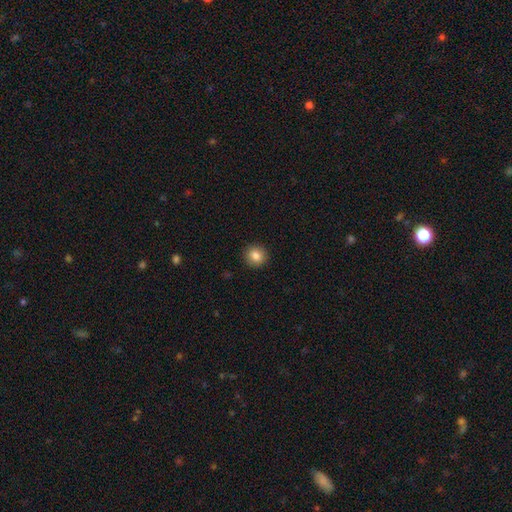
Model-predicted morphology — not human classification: Smooth or featured?
  - smooth: 85% *
  - star or artifact: 9%
  - featured or disk: 6%
How rounded?
  - round: 91% *
  - in between: 8%
  - cigar-shaped: 1%
Merging?
  - none: 92% *
  - minor disturbance: 5%
  - major disturbance: 2%
  - merger: 1%